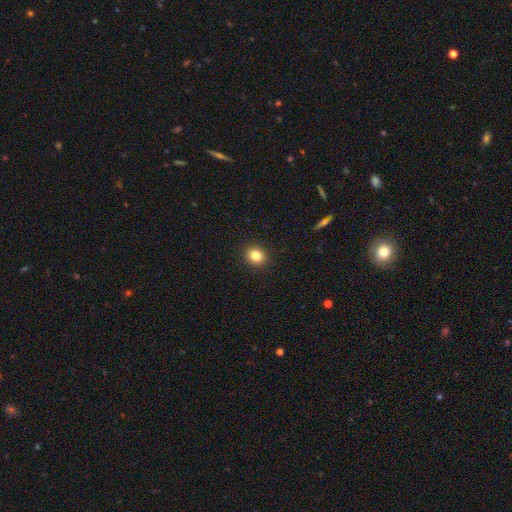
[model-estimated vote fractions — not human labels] Smooth or featured? smooth (83%)
How rounded? round (79%)
Merging? none (92%)